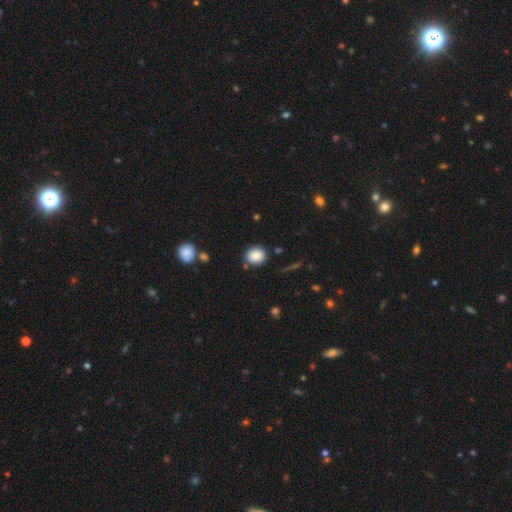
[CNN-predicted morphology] Overall: smooth (86%). How rounded: round (76%). Merging: none (83%).